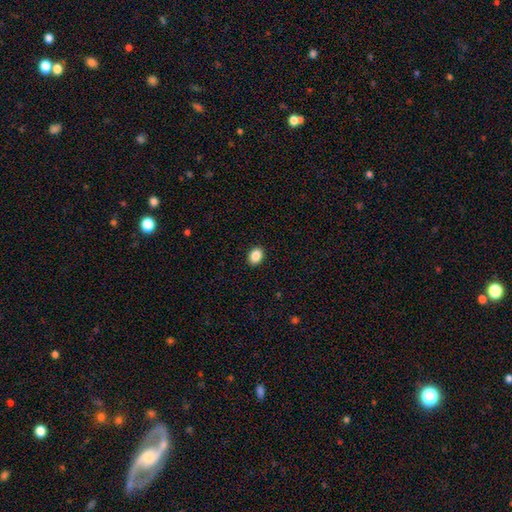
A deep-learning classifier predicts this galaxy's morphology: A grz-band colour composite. It shows a smooth galaxy with no disk features (88%) that is in between round and cigar-shaped (71%). Merging: none (91%).